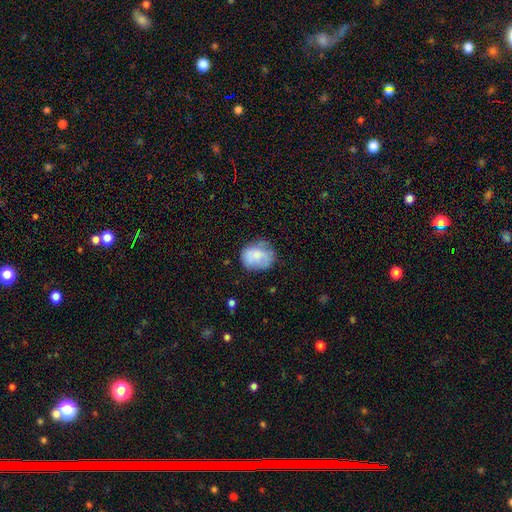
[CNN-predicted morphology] smooth-or-featured: smooth: 71% | featured or disk: 22% | star or artifact: 8%
  how-rounded: round: 54% | in between: 45% | cigar-shaped: 1%
  merging: none: 52% | minor disturbance: 33% | major disturbance: 12% | merger: 3%